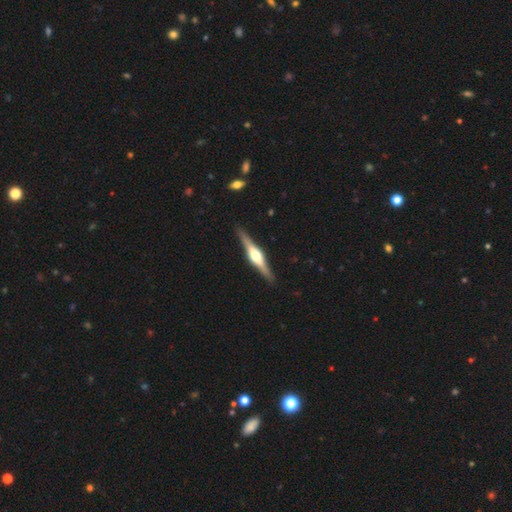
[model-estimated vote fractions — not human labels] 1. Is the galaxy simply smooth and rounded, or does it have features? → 81% featured or disk, 15% smooth, 4% star or artifact.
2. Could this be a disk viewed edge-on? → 98% yes, 2% no.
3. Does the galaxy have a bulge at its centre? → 88% rounded, 10% boxy, 2% none.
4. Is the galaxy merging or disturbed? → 91% none, 7% minor disturbance, 1% major disturbance, 1% merger.